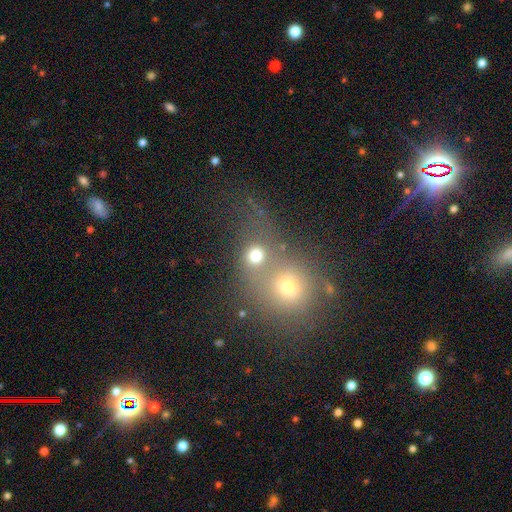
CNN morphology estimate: Q: Smooth or featured?
A: smooth (72%); runner-up: star or artifact (17%)
Q: How rounded?
A: round (78%); runner-up: in between (21%)
Q: Merging?
A: merger (56%); runner-up: none (32%)